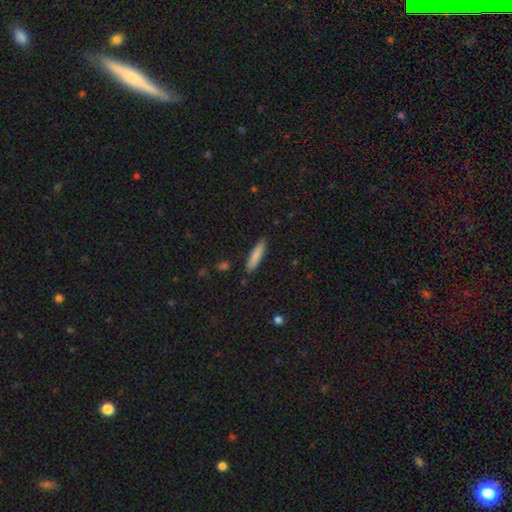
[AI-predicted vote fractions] A smooth galaxy with no disk features (84%) that is cigar-shaped (83%). Merging: none (88%).